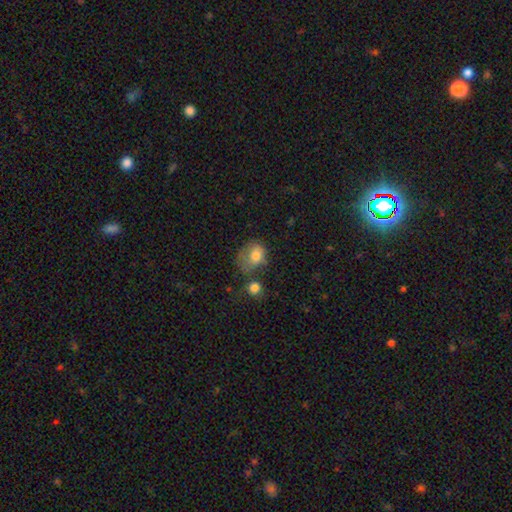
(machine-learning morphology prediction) type=smooth (74%); roundness=in between (54%); merging=none (32%).